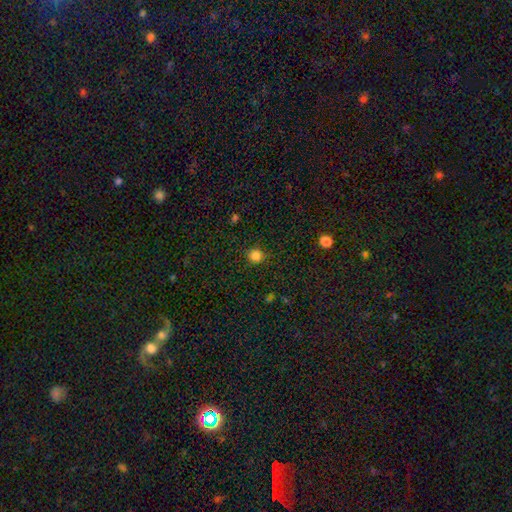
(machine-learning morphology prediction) A smooth galaxy with no disk features (84%) that is round (90%).

Vote fractions:
- Smooth or featured? smooth: 84% / star or artifact: 13% / featured or disk: 3%
- How rounded? round: 90% / in between: 9% / cigar-shaped: 1%
- Merging? none: 87% / minor disturbance: 9% / major disturbance: 3% / merger: 1%